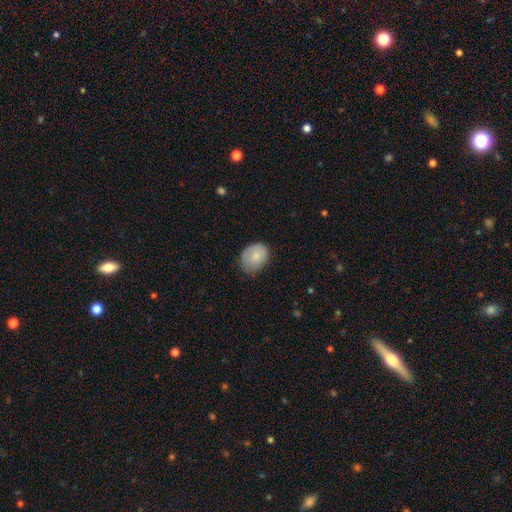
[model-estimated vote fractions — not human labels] smooth_or_featured: smooth (p=0.80) [alt: featured or disk p=0.14]
how_rounded: in between (p=0.60) [alt: round p=0.39]
merging: none (p=0.65) [alt: minor disturbance p=0.27]